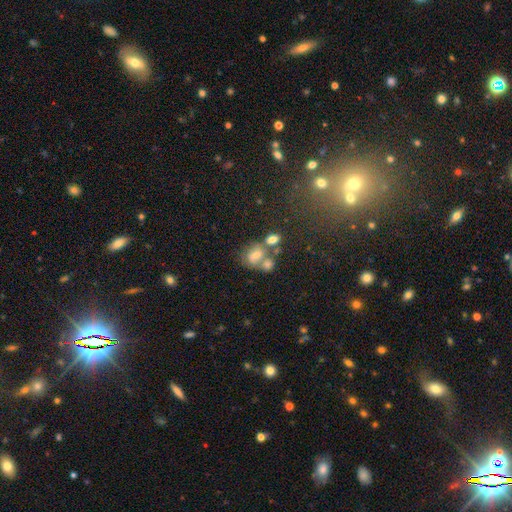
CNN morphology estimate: Smooth or featured: smooth — 62% (featured or disk — 24%)
How rounded: in between — 59% (round — 39%)
Merging: merger — 47% (none — 30%)